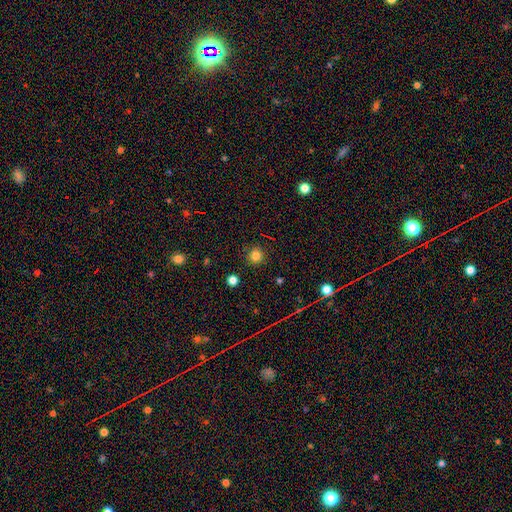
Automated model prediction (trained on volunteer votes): Smooth or featured?
  - smooth: 80% *
  - star or artifact: 14%
  - featured or disk: 5%
How rounded?
  - round: 95% *
  - in between: 4%
  - cigar-shaped: 1%
Merging?
  - none: 90% *
  - minor disturbance: 6%
  - major disturbance: 2%
  - merger: 1%